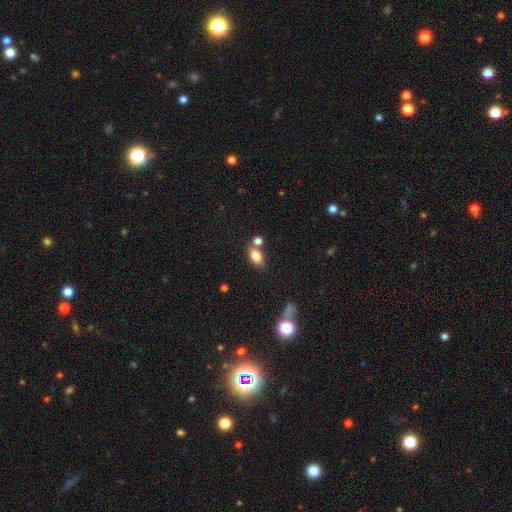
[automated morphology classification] type=smooth (81%); roundness=in between (84%); merging=none (57%).